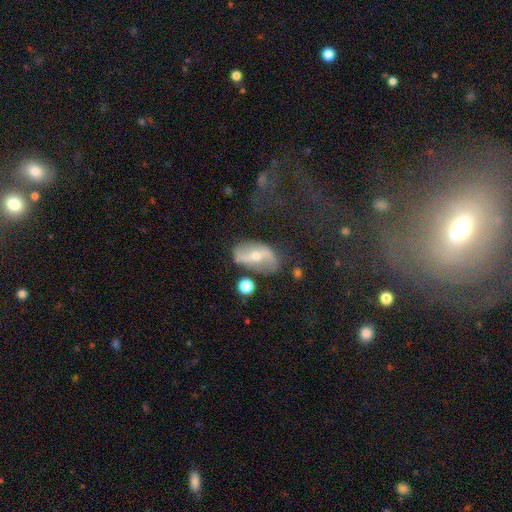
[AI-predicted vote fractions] Smooth or featured? featured or disk (74%)
Edge-on disk? no (92%)
Bar? strong (43%)
Spiral arms? yes (77%)
Spiral winding? loose (65%)
Spiral arm count? 2 (89%)
Bulge size? small (51%)
Merging? none (73%)